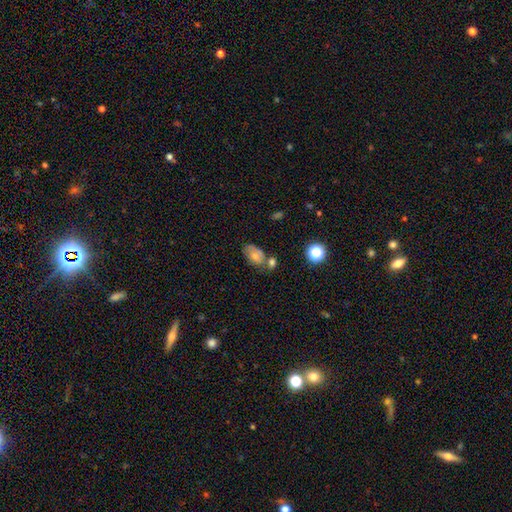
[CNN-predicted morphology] smooth_or_featured: smooth (p=0.62) [alt: featured or disk p=0.27]
how_rounded: in between (p=0.85) [alt: round p=0.13]
merging: none (p=0.40) [alt: merger p=0.29]